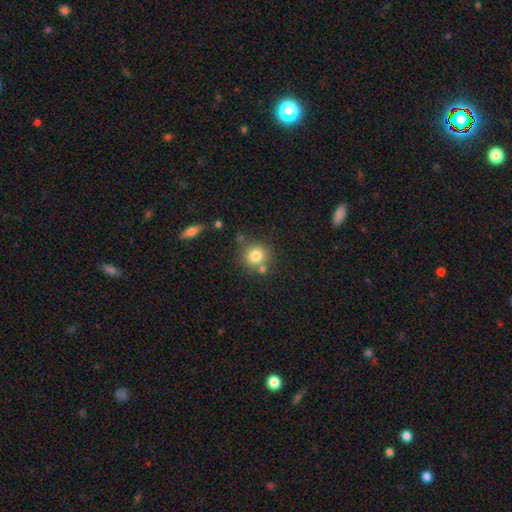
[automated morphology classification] Smooth or featured? Predicted: smooth (p=0.80). How rounded? Predicted: round (p=0.89). Merging? Predicted: none (p=0.68).